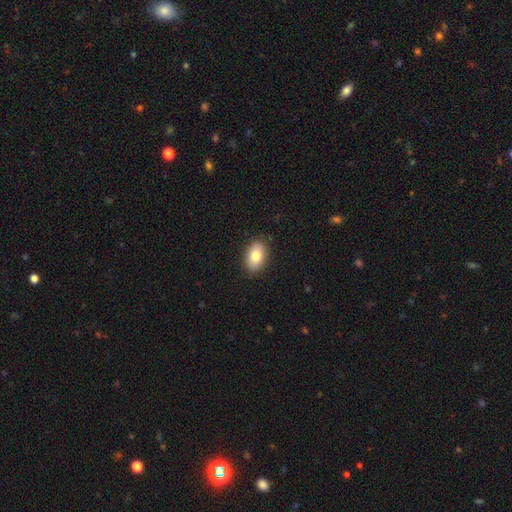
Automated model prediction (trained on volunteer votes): Smooth or featured? smooth (81%)
How rounded? in between (89%)
Merging? none (88%)